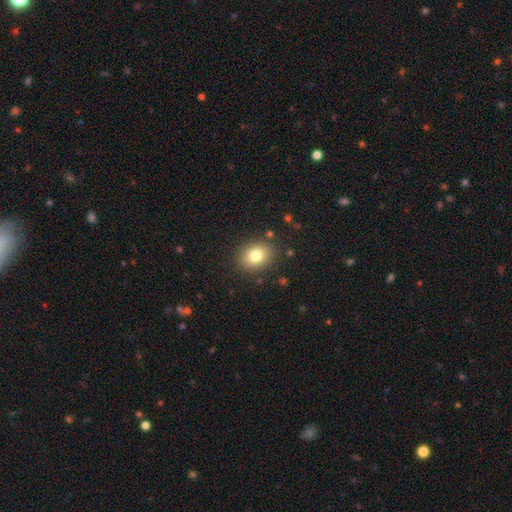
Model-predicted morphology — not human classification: smooth_or_featured: smooth (p=0.80) [alt: star or artifact p=0.10]
how_rounded: in between (p=0.50) [alt: round p=0.49]
merging: none (p=0.86) [alt: minor disturbance p=0.09]